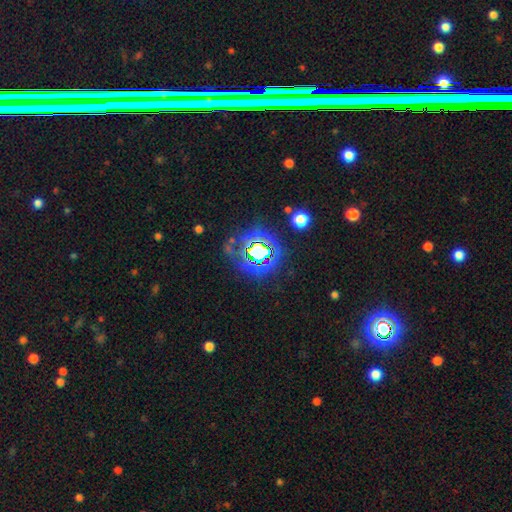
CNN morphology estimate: star or artifact 65%, smooth 21%, featured or disk 15%.